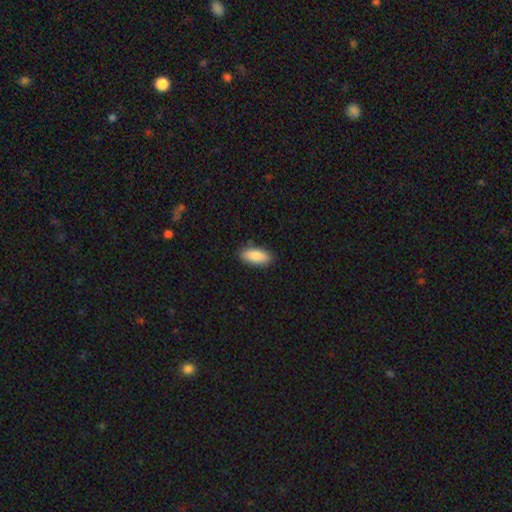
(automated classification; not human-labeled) smooth-or-featured: smooth: 86% | featured or disk: 8% | star or artifact: 6%
  how-rounded: in between: 83% | cigar-shaped: 15% | round: 2%
  merging: none: 85% | minor disturbance: 11% | major disturbance: 2% | merger: 1%